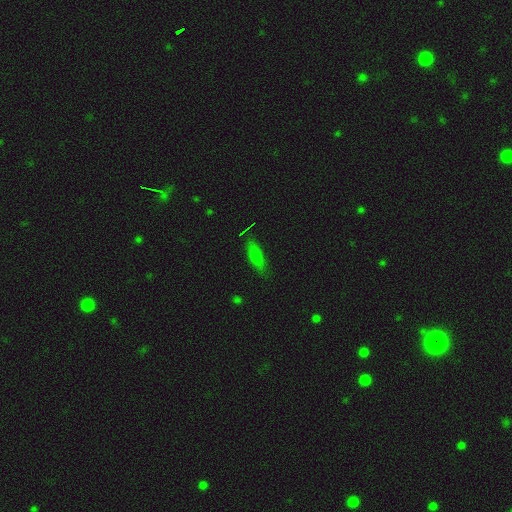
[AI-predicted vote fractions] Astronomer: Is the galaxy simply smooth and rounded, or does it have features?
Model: smooth — 73%.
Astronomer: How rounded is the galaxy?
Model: in between — 54% (runner-up: cigar-shaped, 43%).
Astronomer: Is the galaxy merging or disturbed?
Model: none — 79%.